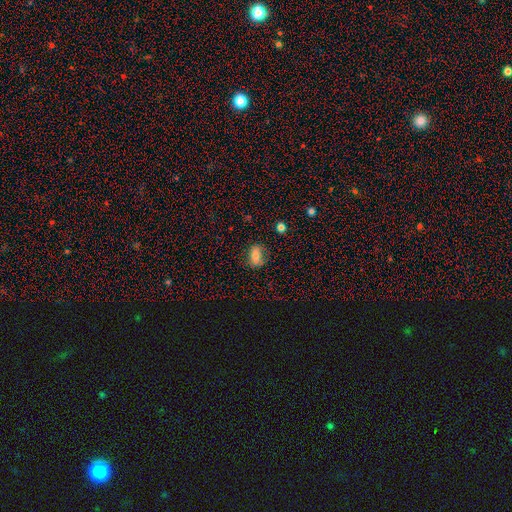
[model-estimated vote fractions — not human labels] Q: Smooth or featured?
A: smooth (68%); runner-up: featured or disk (20%)
Q: How rounded?
A: in between (77%); runner-up: round (15%)
Q: Merging?
A: none (75%); runner-up: minor disturbance (18%)